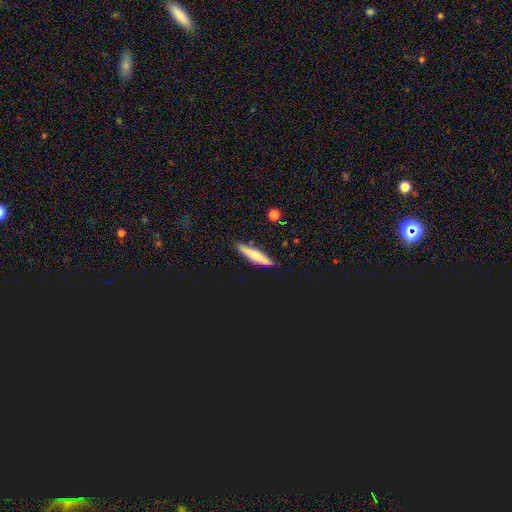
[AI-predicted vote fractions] This is possibly a smooth galaxy (60%). How rounded: clearly cigar-shaped (87%). Merging: clearly none (85%).